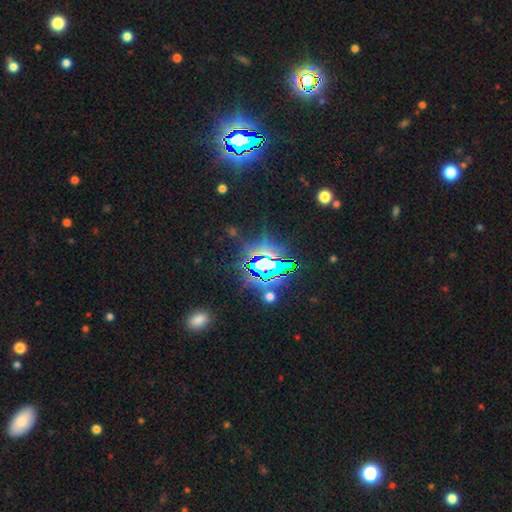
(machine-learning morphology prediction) type=star or artifact (79%).